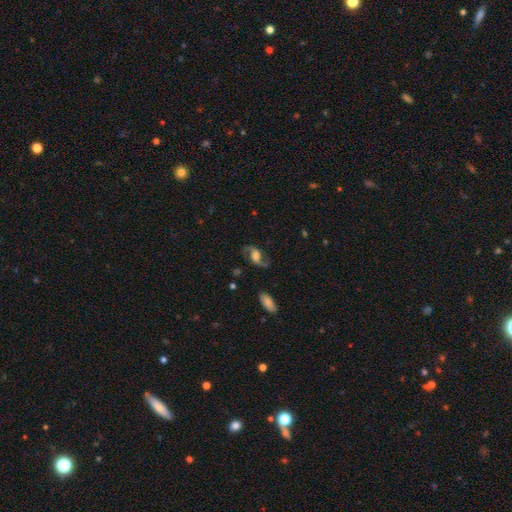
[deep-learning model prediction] Smooth or featured: featured or disk — 81% (smooth — 12%)
Edge-on disk: no — 95% (yes — 5%)
Bar: no — 43% (weak — 40%)
Spiral arms: yes — 94% (no — 6%)
Spiral winding: loose — 60% (medium — 33%)
Spiral arm count: 2 — 93% (can't tell — 2%)
Bulge size: large — 41% (moderate — 33%)
Merging: none — 75% (minor disturbance — 14%)